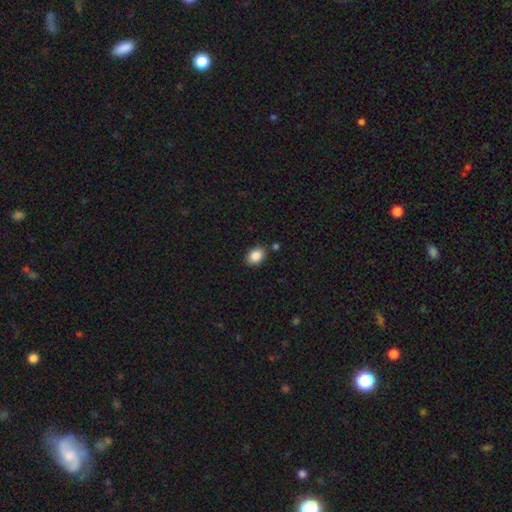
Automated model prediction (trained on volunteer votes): Morphology: type=smooth (87%); roundness=in between (70%); merging=none (83%).